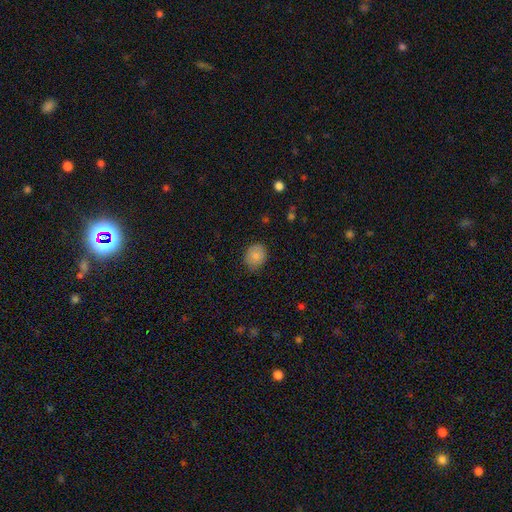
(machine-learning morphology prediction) A smooth galaxy with no disk features (84%) that is round (61%). Merging: none (80%).